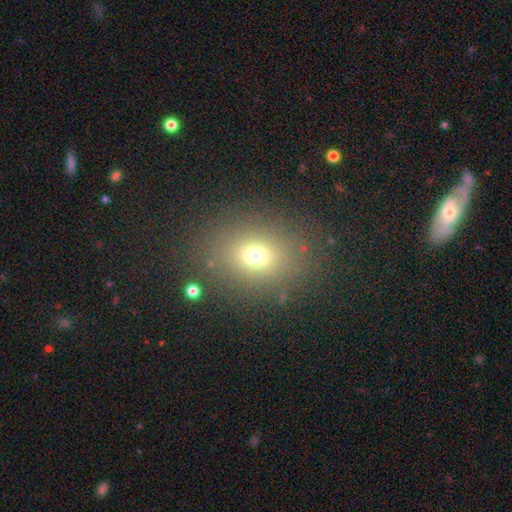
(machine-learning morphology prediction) type=smooth (69%); roundness=in between (50%); merging=none (83%).